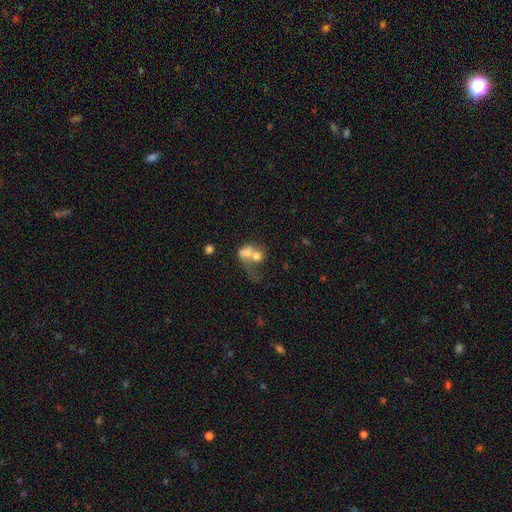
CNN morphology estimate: This is likely a smooth galaxy (62%). How rounded: possibly round (53%). Merging: likely merger (70%).